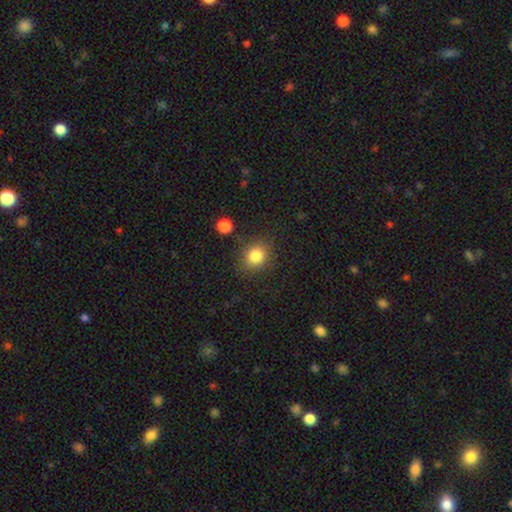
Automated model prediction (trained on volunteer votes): smooth-or-featured: smooth: 83% | star or artifact: 11% | featured or disk: 6%
  how-rounded: round: 67% | in between: 32% | cigar-shaped: 1%
  merging: none: 81% | minor disturbance: 12% | major disturbance: 4% | merger: 3%